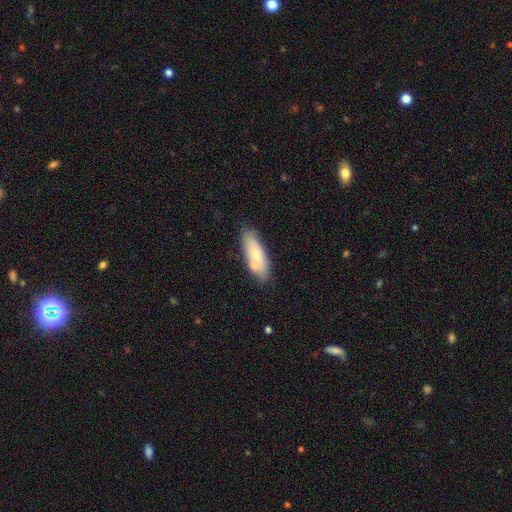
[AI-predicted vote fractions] smooth 69%, featured or disk 25%, star or artifact 6%. Down the decision tree: how rounded — in between (72%); merging — none (74%).